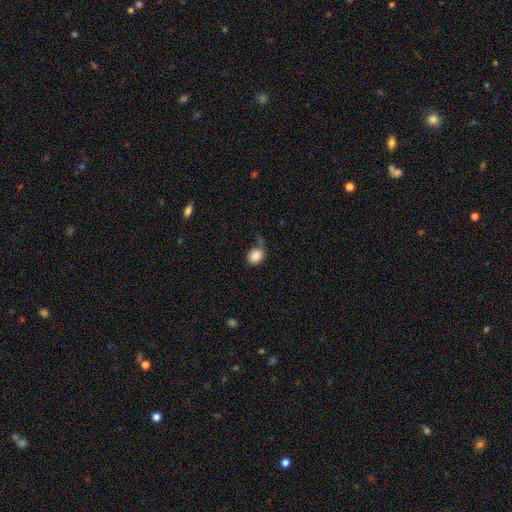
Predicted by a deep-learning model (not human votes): The model was most divided on "how rounded": in between: 50%, round: 49%, cigar-shaped: 1%. More confident: smooth or featured — smooth (86%); merging — none (51%).